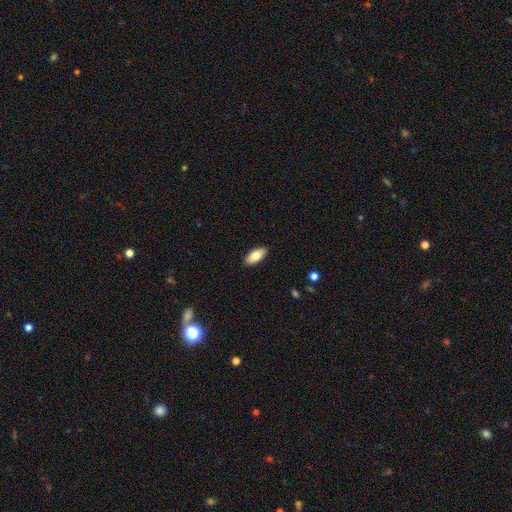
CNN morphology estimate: This is clearly a smooth galaxy (81%). How rounded: clearly in between (89%). Merging: clearly none (90%).